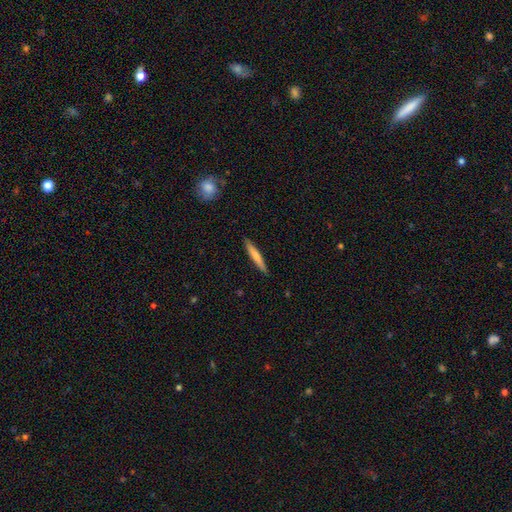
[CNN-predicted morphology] Smooth or featured? smooth (69%)
How rounded? cigar-shaped (95%)
Merging? none (90%)